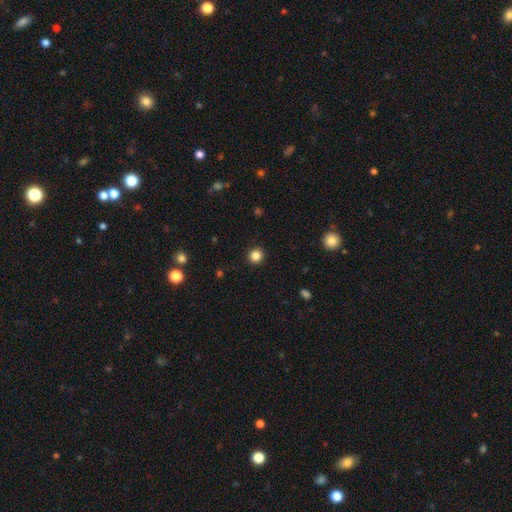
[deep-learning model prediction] Smooth or featured: smooth — 85% (star or artifact — 11%)
How rounded: round — 91% (in between — 8%)
Merging: none — 93% (minor disturbance — 5%)